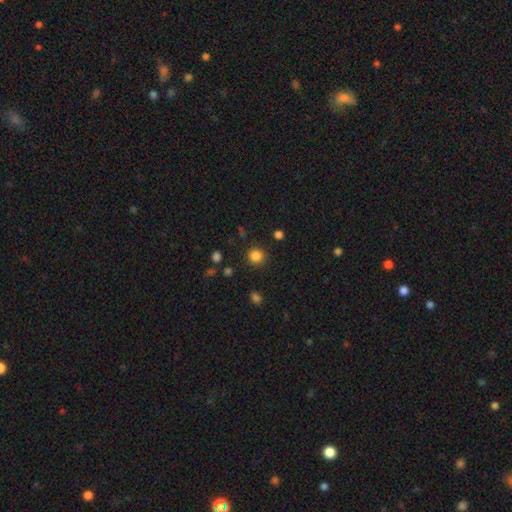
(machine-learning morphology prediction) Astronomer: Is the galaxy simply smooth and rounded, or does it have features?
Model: smooth — 83%.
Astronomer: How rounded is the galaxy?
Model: round — 92%.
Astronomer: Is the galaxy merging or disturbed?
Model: none — 88%.